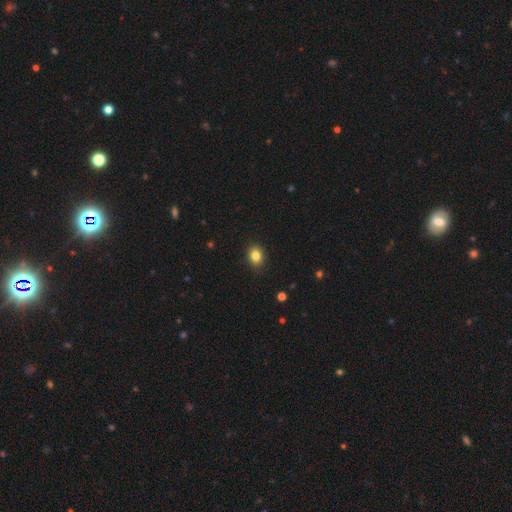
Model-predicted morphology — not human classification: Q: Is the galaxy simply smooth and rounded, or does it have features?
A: smooth — 84%.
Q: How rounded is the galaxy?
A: in between — 56%.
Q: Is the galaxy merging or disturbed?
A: none — 89%.